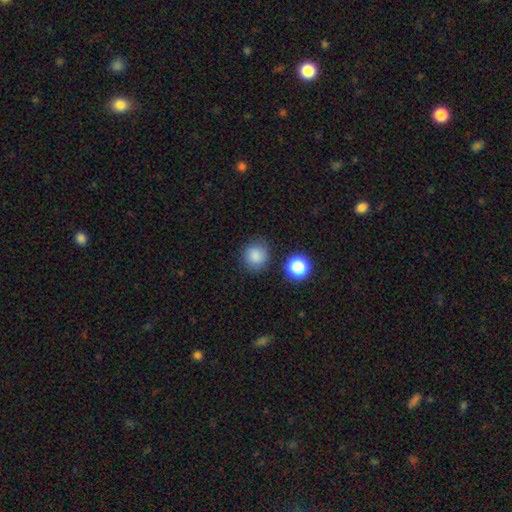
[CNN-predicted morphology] Overall: smooth (83%). How rounded: round (89%). Merging: none (81%).